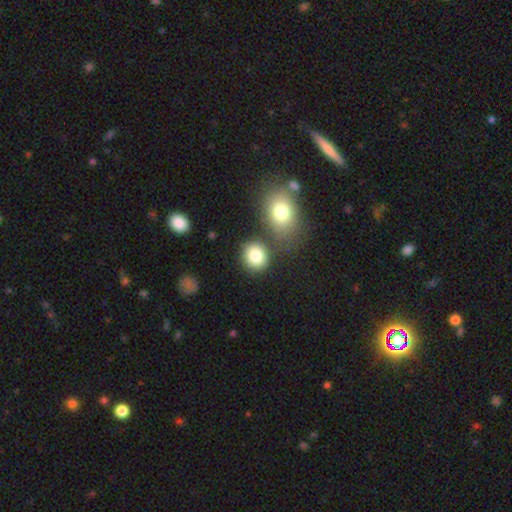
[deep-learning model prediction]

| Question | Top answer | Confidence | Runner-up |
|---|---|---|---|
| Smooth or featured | smooth | 83% | star or artifact (9%) |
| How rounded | round | 68% | in between (31%) |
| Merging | none | 69% | merger (16%) |